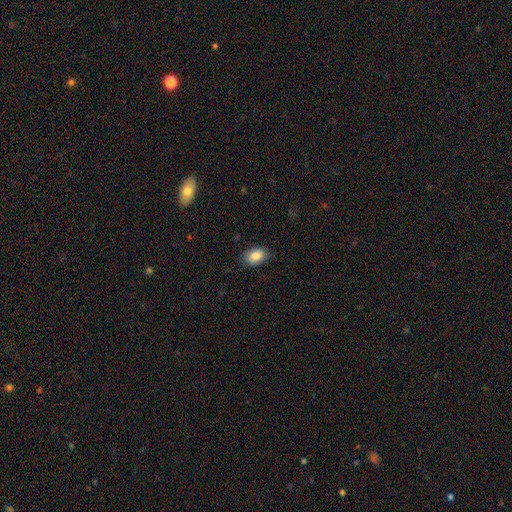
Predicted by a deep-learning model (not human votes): Smooth or featured?
  - smooth: 87% *
  - star or artifact: 7%
  - featured or disk: 6%
How rounded?
  - in between: 88% *
  - round: 11%
  - cigar-shaped: 1%
Merging?
  - none: 84% *
  - minor disturbance: 13%
  - major disturbance: 3%
  - merger: 1%